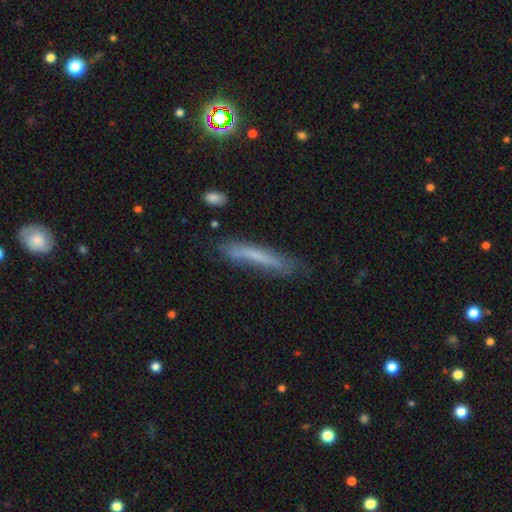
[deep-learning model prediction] Smooth or featured? Predicted: smooth (p=0.55). How rounded? Predicted: cigar-shaped (p=0.93). Merging? Predicted: none (p=0.68).